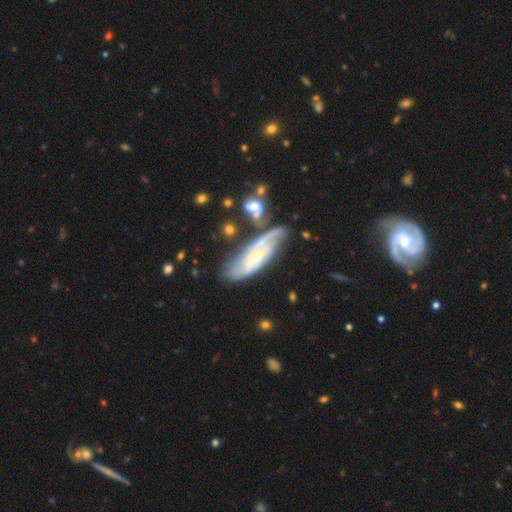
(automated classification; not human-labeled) This appears to be a featured or disk galaxy (73%) with no bar (59%), 2 (42%) tight (46%) spiral arms (87%) and a small central bulge (60%). Merging: none (55%).